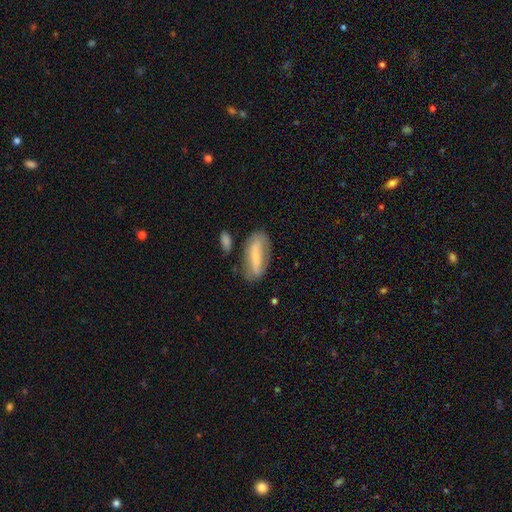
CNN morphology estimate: Q: Smooth or featured?
A: smooth (55%); runner-up: featured or disk (37%)
Q: How rounded?
A: in between (66%); runner-up: cigar-shaped (32%)
Q: Merging?
A: none (65%); runner-up: minor disturbance (21%)